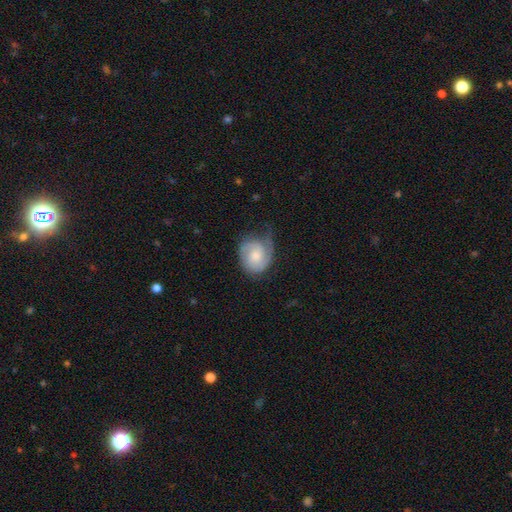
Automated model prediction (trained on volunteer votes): smooth_or_featured: featured or disk (p=0.67) [alt: smooth p=0.27]
disk_edge_on: no (p=0.98) [alt: yes p=0.02]
bar: no (p=0.64) [alt: weak p=0.31]
has_spiral_arms: yes (p=0.93) [alt: no p=0.07]
spiral_winding: tight (p=0.47) [alt: medium p=0.40]
spiral_arm_count: 2 (p=0.67) [alt: can't tell p=0.12]
bulge_size: moderate (p=0.49) [alt: small p=0.33]
merging: none (p=0.53) [alt: minor disturbance p=0.31]